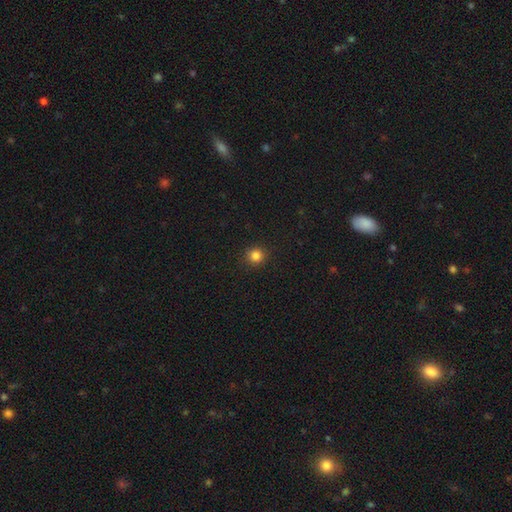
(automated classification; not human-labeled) Q: Smooth or featured?
A: smooth (84%); runner-up: star or artifact (13%)
Q: How rounded?
A: round (93%); runner-up: in between (6%)
Q: Merging?
A: none (91%); runner-up: minor disturbance (6%)